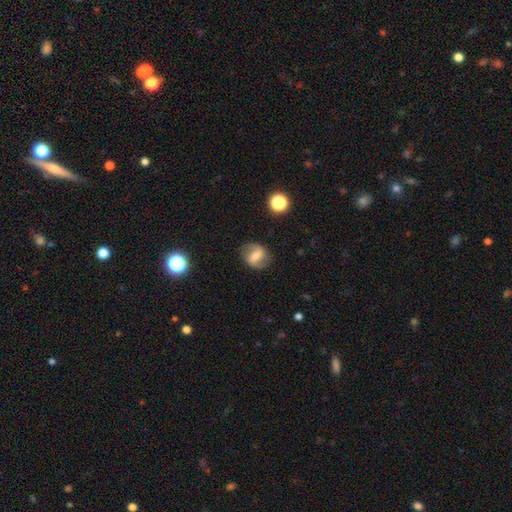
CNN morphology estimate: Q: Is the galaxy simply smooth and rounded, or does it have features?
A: featured or disk — 62%.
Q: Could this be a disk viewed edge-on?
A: no — 96%.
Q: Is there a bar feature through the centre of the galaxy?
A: strong — 46%.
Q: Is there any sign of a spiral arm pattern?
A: yes — 84%.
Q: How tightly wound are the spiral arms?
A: medium — 42%.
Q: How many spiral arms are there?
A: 2 — 89%.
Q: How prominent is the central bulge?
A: moderate — 45%.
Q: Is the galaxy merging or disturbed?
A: none — 83%.